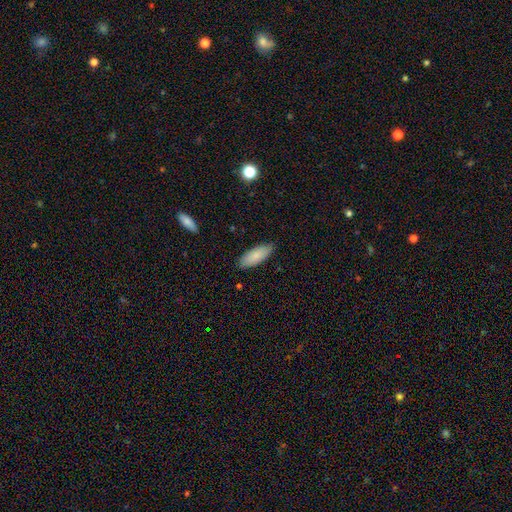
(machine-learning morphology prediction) Smooth or featured? smooth (85%)
How rounded? in between (75%)
Merging? none (86%)